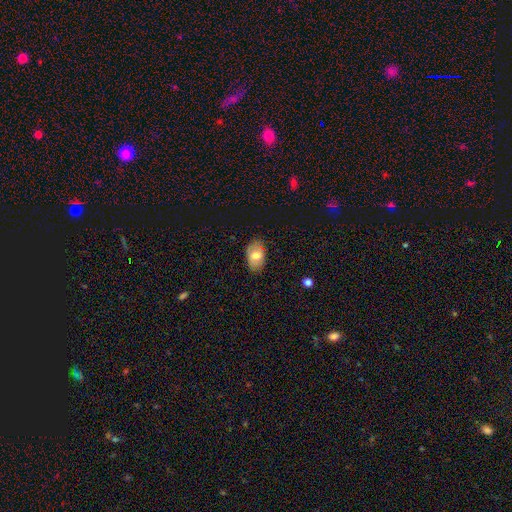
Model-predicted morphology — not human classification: smooth-or-featured: smooth: 68% | featured or disk: 24% | star or artifact: 8%
  how-rounded: in between: 90% | round: 9% | cigar-shaped: 1%
  merging: none: 75% | minor disturbance: 19% | major disturbance: 4% | merger: 2%